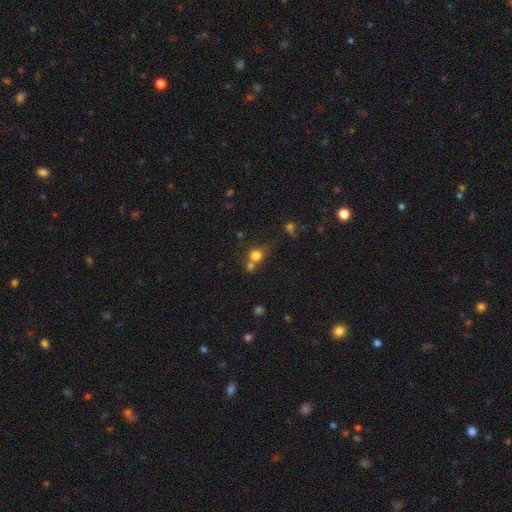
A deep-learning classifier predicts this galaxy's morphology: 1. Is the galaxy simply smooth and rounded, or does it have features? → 74% smooth, 16% star or artifact, 10% featured or disk.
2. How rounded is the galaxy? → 80% round, 19% in between, 2% cigar-shaped.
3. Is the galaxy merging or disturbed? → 44% none, 38% merger, 11% minor disturbance, 7% major disturbance.